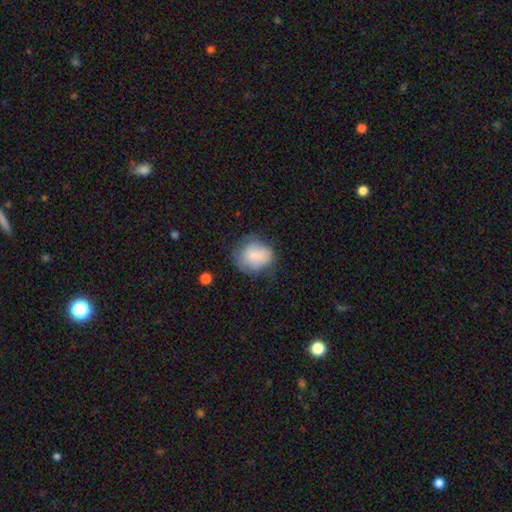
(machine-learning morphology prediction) smooth-or-featured: smooth: 76% | featured or disk: 16% | star or artifact: 8%
  how-rounded: round: 65% | in between: 34% | cigar-shaped: 1%
  merging: none: 50% | minor disturbance: 32% | major disturbance: 16% | merger: 3%